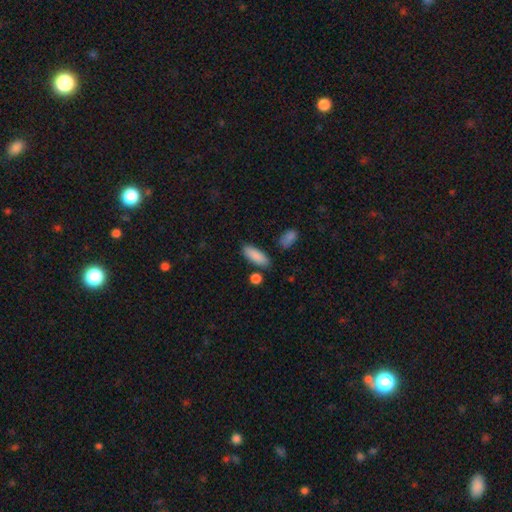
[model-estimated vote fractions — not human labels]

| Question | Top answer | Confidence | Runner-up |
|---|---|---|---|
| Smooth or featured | smooth | 88% | star or artifact (7%) |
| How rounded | in between | 73% | cigar-shaped (24%) |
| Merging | none | 80% | minor disturbance (11%) |